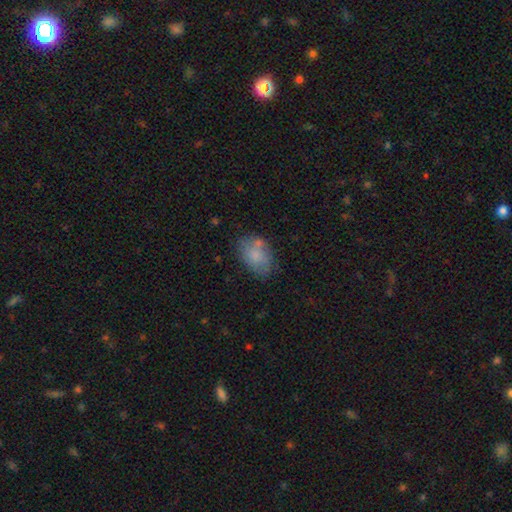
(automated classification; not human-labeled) Morphology: type=smooth (73%); roundness=in between (83%); merging=none (59%).